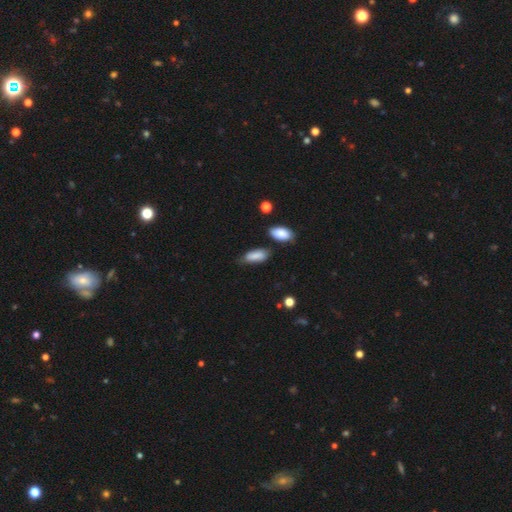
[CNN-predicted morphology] Smooth or featured?
  - smooth: 83% *
  - featured or disk: 10%
  - star or artifact: 7%
How rounded?
  - in between: 78% *
  - cigar-shaped: 19%
  - round: 2%
Merging?
  - none: 58% *
  - minor disturbance: 29%
  - major disturbance: 7%
  - merger: 6%